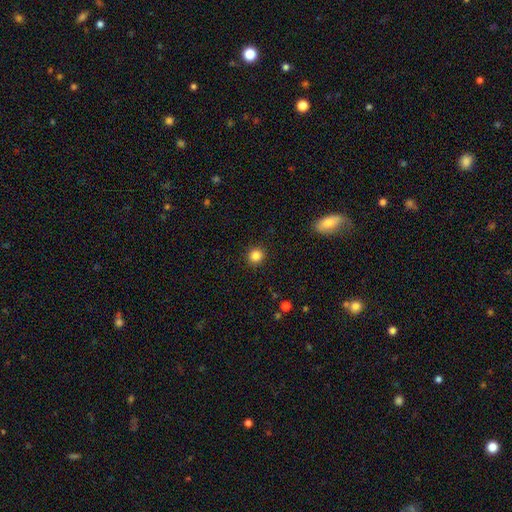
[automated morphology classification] smooth-or-featured: smooth: 85% | star or artifact: 11% | featured or disk: 4%
  how-rounded: round: 91% | in between: 8% | cigar-shaped: 1%
  merging: none: 92% | minor disturbance: 5% | major disturbance: 2% | merger: 1%